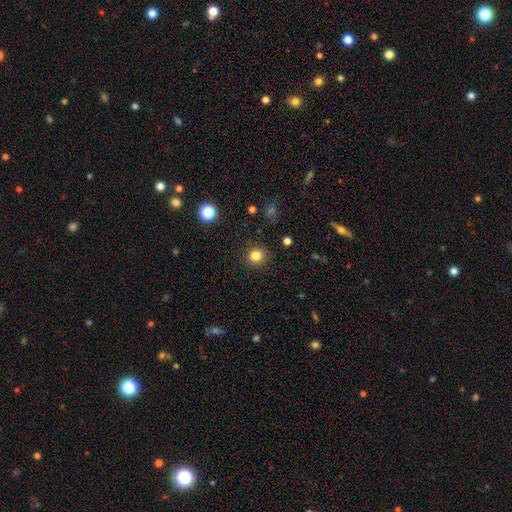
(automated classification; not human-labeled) smooth 82%, star or artifact 13%, featured or disk 5%. Down the decision tree: how rounded — round (91%); merging — none (90%).